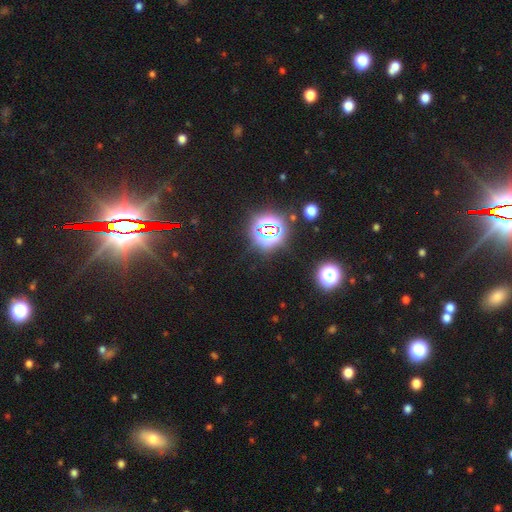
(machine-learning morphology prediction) Smooth or featured? star or artifact (82%)